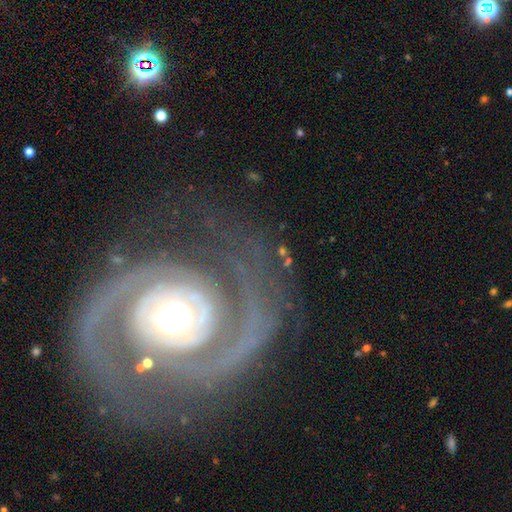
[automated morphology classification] A featured or disk galaxy (92%) with no bar (64%), 2 (77%) tight (63%) spiral arms (97%) and a moderate central bulge (62%). Merging: none (72%).